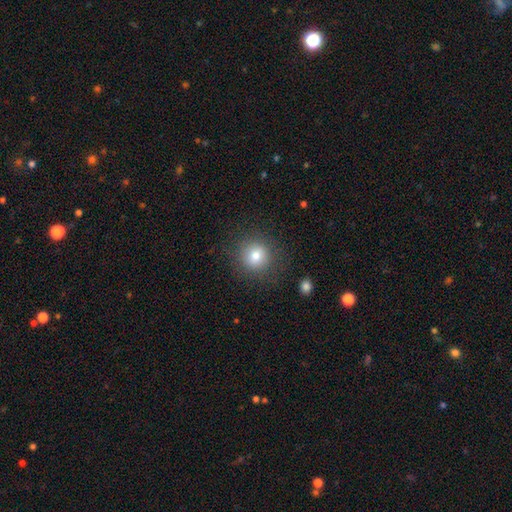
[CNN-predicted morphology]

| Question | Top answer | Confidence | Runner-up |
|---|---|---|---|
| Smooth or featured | smooth | 78% | star or artifact (12%) |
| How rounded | round | 91% | in between (8%) |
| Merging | none | 86% | minor disturbance (9%) |